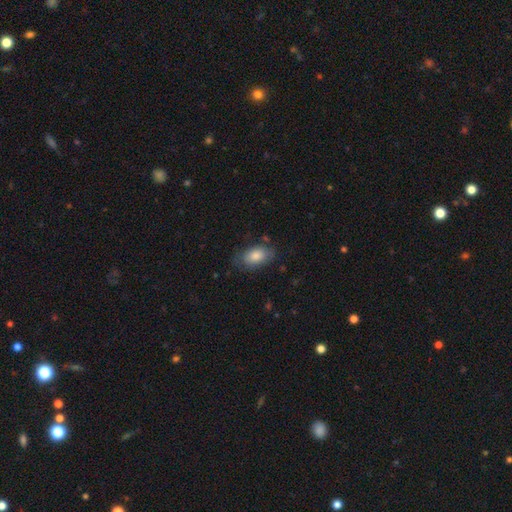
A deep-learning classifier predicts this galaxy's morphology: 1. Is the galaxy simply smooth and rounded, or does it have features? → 80% smooth, 12% featured or disk, 7% star or artifact.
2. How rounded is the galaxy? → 91% in between, 6% round, 3% cigar-shaped.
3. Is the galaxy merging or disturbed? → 74% none, 19% minor disturbance, 5% major disturbance, 2% merger.